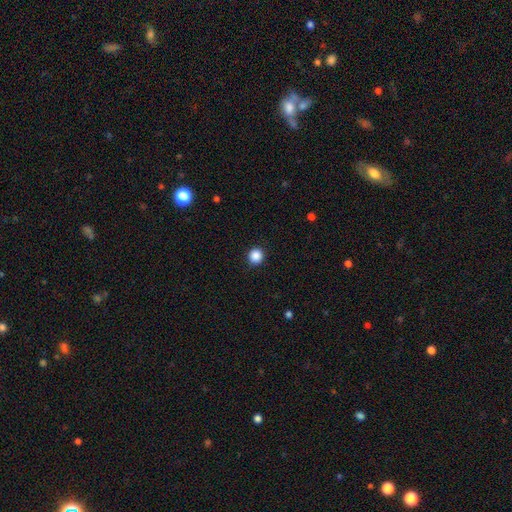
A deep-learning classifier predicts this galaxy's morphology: smooth 88%, star or artifact 10%, featured or disk 2%. Down the decision tree: how rounded — round (95%); merging — none (91%).